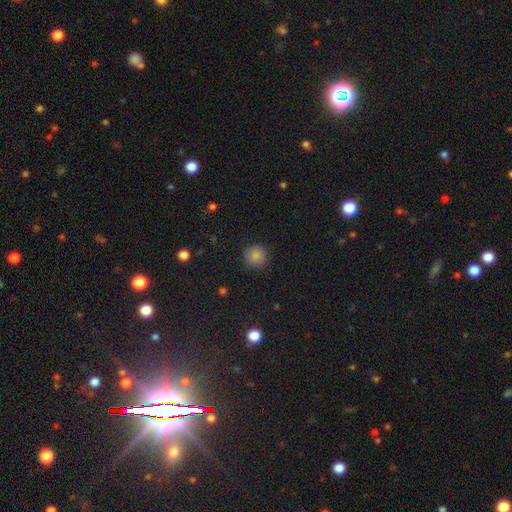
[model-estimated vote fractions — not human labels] Smooth or featured? smooth (84%)
How rounded? round (93%)
Merging? none (86%)